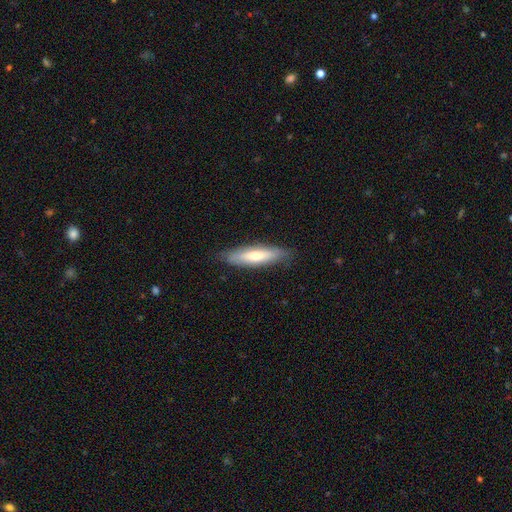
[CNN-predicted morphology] smooth_or_featured: smooth (p=0.65) [alt: featured or disk p=0.29]
how_rounded: cigar-shaped (p=0.69) [alt: in between p=0.30]
merging: none (p=0.82) [alt: minor disturbance p=0.14]